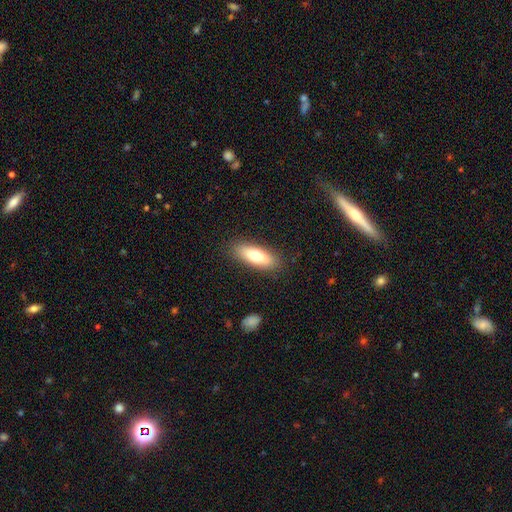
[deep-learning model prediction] A smooth galaxy with no disk features (72%) that is in between round and cigar-shaped (57%).

Vote fractions:
- Smooth or featured? smooth: 72% / featured or disk: 21% / star or artifact: 6%
- How rounded? in between: 57% / cigar-shaped: 41% / round: 2%
- Merging? none: 86% / minor disturbance: 10% / major disturbance: 3% / merger: 1%